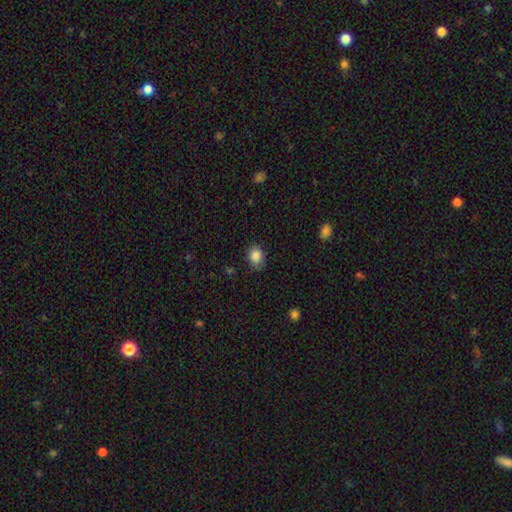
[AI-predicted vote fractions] This appears to be a smooth galaxy with no disk features (87%) that is in between round and cigar-shaped (50%). Merging: none (75%).